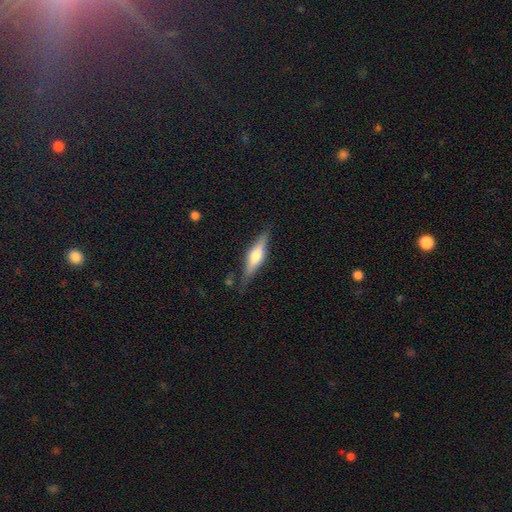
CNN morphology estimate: A featured or disk galaxy (51%) viewed edge-on (92%).

Vote fractions:
- Smooth or featured? featured or disk: 51% / smooth: 43% / star or artifact: 6%
- Edge-on disk? yes: 92% / no: 8%
- Merging? none: 78% / minor disturbance: 17% / major disturbance: 4% / merger: 2%